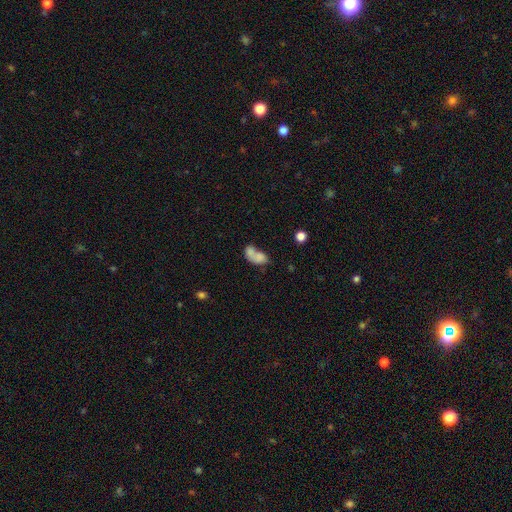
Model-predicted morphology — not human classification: A smooth galaxy with no disk features (72%) that is in between round and cigar-shaped (80%). Merging: merger (61%).